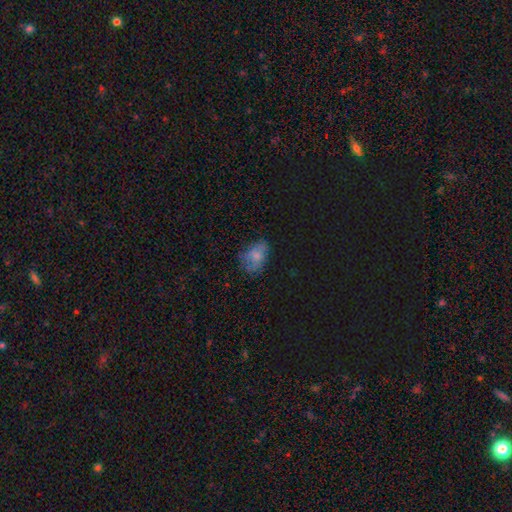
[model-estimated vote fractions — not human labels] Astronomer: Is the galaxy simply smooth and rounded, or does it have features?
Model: smooth — 61%.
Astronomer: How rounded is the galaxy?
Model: in between — 77%.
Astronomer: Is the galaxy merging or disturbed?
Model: none — 56%.